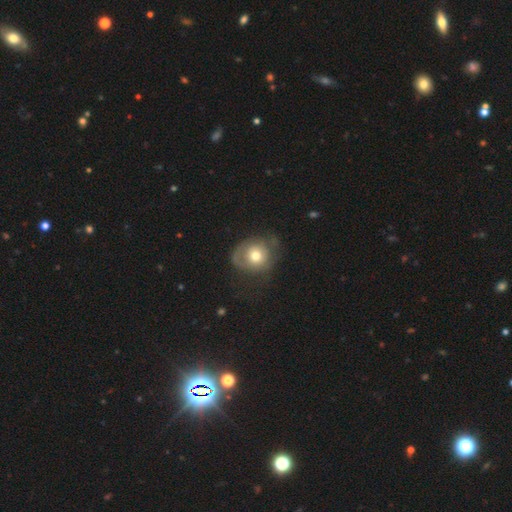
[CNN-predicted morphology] This appears to be a smooth galaxy with no disk features (57%) that is round (73%). Merging: none (49%).